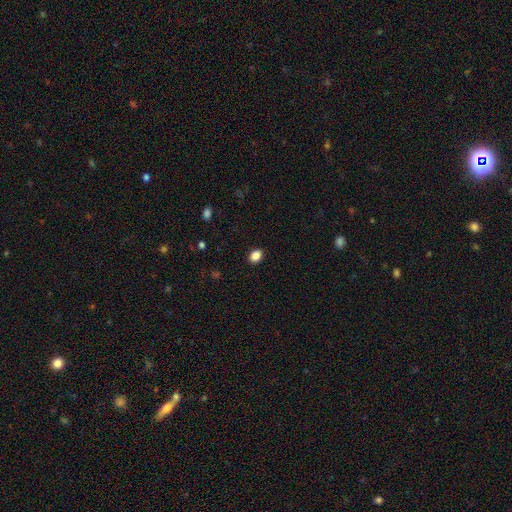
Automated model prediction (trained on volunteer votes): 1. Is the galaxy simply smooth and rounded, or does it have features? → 86% smooth, 10% star or artifact, 4% featured or disk.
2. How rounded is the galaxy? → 64% in between, 35% round, 1% cigar-shaped.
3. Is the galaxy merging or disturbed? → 90% none, 7% minor disturbance, 2% major disturbance, 1% merger.